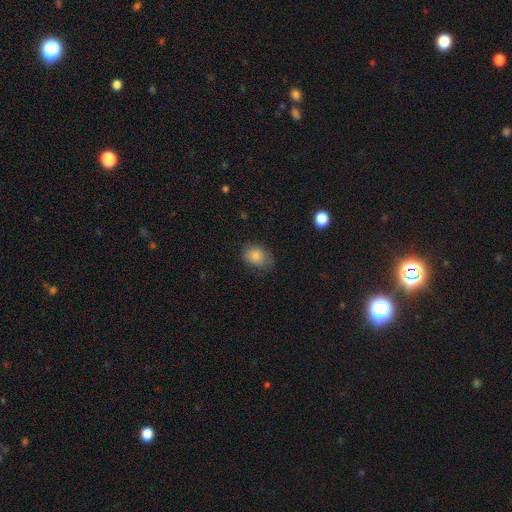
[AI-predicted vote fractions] Smooth or featured: smooth — 82% (featured or disk — 9%)
How rounded: in between — 67% (round — 32%)
Merging: none — 69% (minor disturbance — 24%)